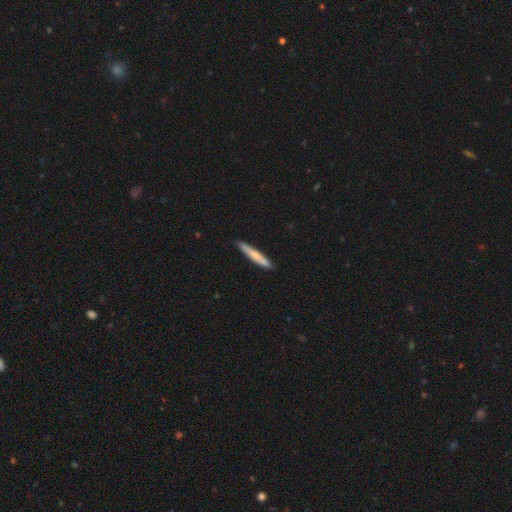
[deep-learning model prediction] Smooth or featured?
  - smooth: 65% *
  - featured or disk: 30%
  - star or artifact: 5%
How rounded?
  - cigar-shaped: 94% *
  - in between: 5%
  - round: 1%
Merging?
  - none: 87% *
  - minor disturbance: 10%
  - major disturbance: 2%
  - merger: 1%